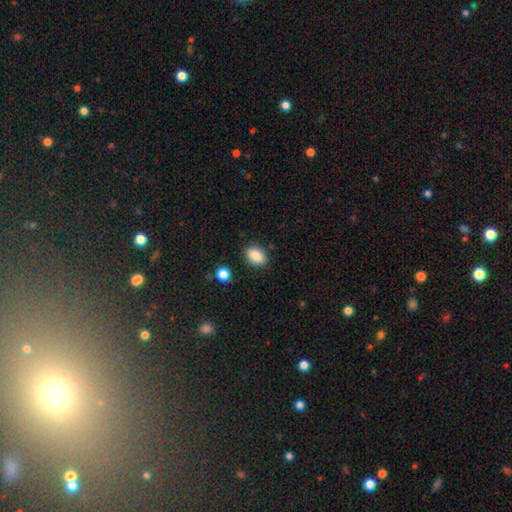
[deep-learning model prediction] The model was most divided on "how rounded": in between: 73%, round: 26%, cigar-shaped: 1%. More confident: smooth or featured — smooth (87%); merging — none (85%).